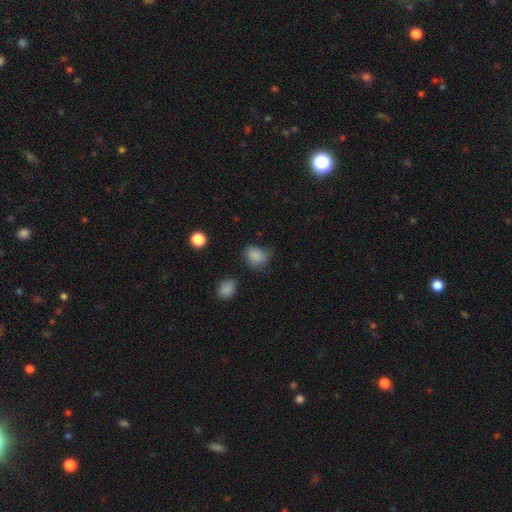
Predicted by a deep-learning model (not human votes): This is clearly a smooth galaxy (84%). How rounded: possibly in between (50%). Merging: likely none (60%).